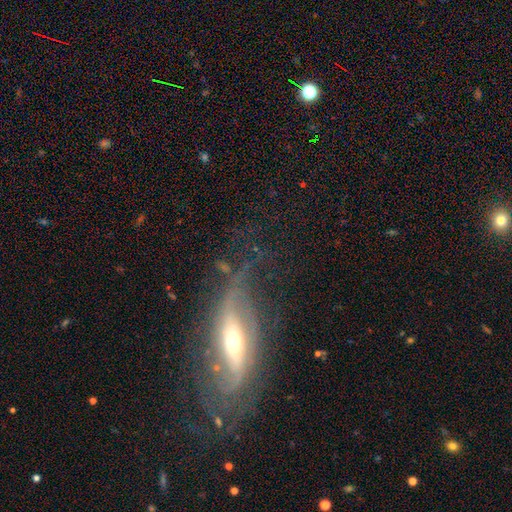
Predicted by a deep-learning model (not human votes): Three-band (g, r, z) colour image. It shows a featured or disk galaxy (74%). Merging: none (57%).